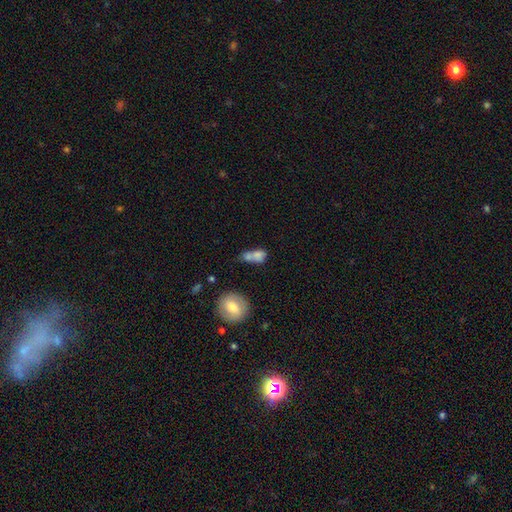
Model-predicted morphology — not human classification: The model was most divided on "merging": merger: 43%, none: 29%, minor disturbance: 17%, major disturbance: 12%. More confident: smooth or featured — smooth (69%); how rounded — in between (64%).